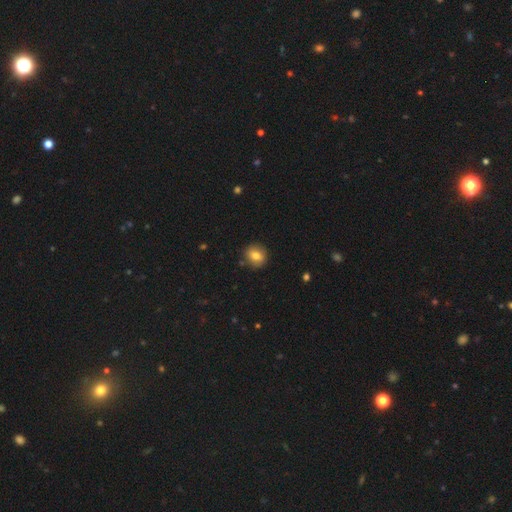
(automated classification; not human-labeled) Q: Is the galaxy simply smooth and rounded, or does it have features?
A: smooth — 79%.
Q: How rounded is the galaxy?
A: round — 76%.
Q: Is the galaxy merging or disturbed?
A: none — 87%.